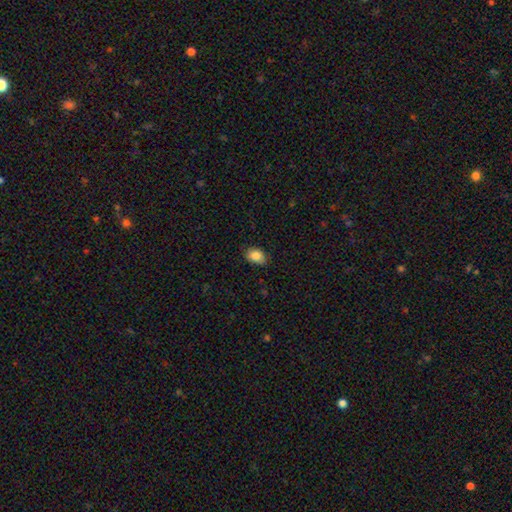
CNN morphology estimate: This is clearly a smooth galaxy (86%). How rounded: likely in between (79%). Merging: clearly none (81%).